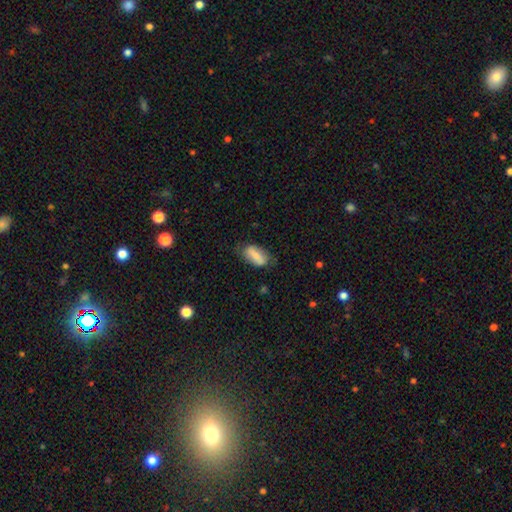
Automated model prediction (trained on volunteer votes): A smooth galaxy with no disk features (62%) that is in between round and cigar-shaped (84%). Merging: none (67%).